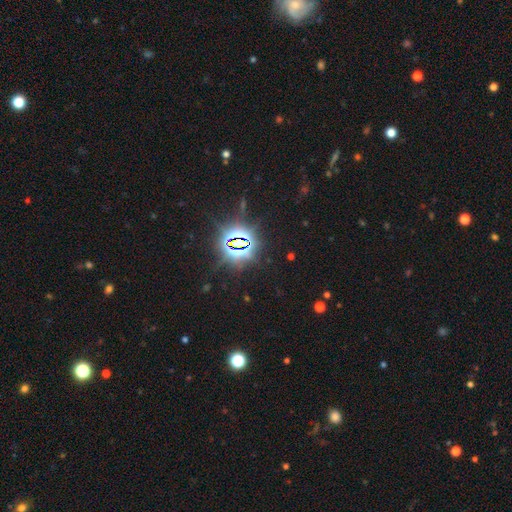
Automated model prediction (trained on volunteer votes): smooth_or_featured: star or artifact (p=0.82) [alt: smooth p=0.12]